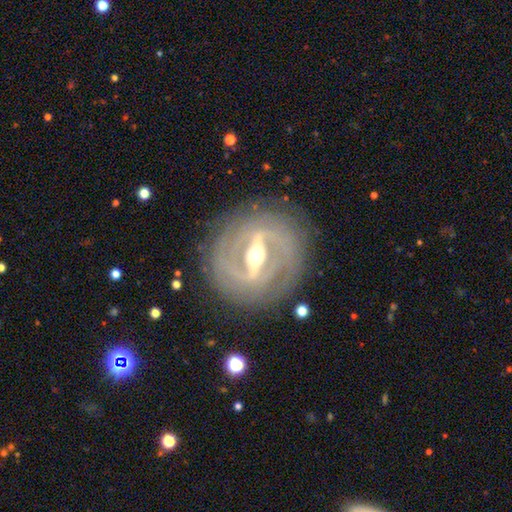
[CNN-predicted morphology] This is clearly a featured or disk galaxy (90%). It is clearly not viewed edge-on (86%). Bar: clearly strong (83%). Spiral arm pattern: clearly yes (87%). Spiral arm count: marginally 2 (43%). Spiral winding: likely tight (71%). Central bulge: likely moderate (72%). Merging: clearly none (84%).